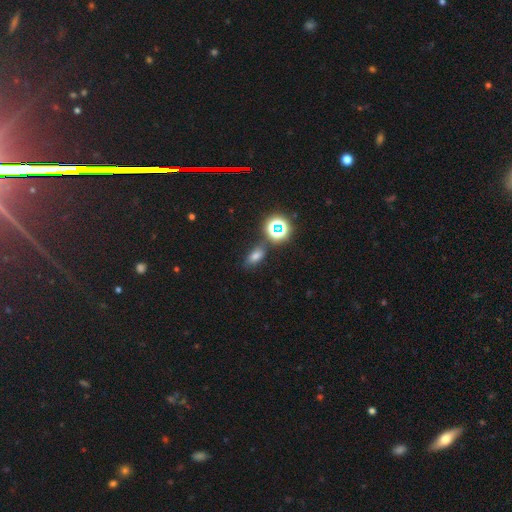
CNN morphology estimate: smooth 64%, star or artifact 26%, featured or disk 11%. Down the decision tree: how rounded — in between (77%); merging — none (75%).